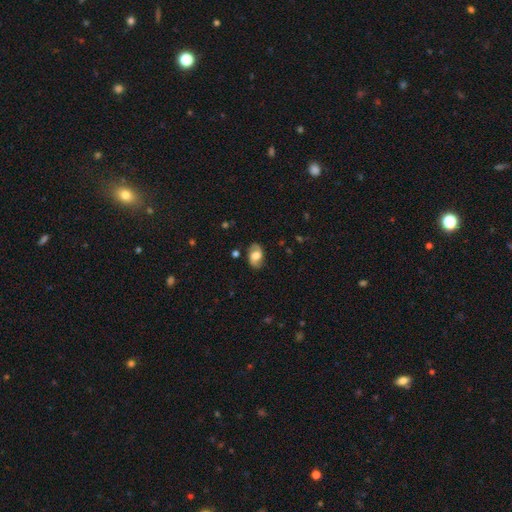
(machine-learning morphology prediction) smooth 46% (tied), featured or disk 46% (tied), star or artifact 8%. Down the decision tree: merging — none (79%).